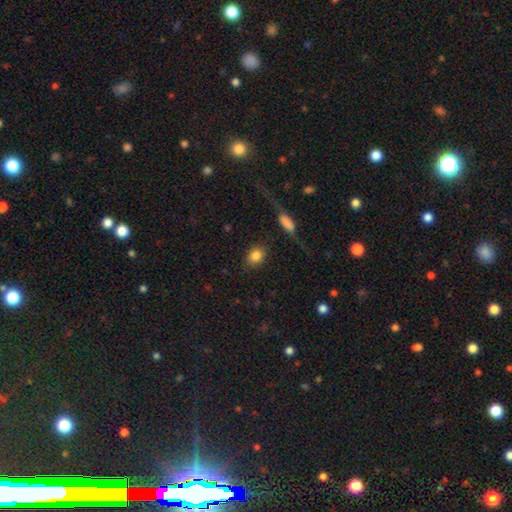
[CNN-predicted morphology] type=smooth (84%); roundness=round (50%); merging=none (80%).